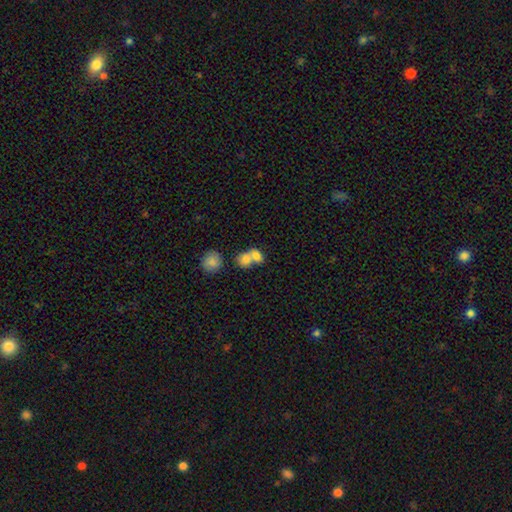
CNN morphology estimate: smooth-or-featured: smooth: 78% | featured or disk: 13% | star or artifact: 9%
  how-rounded: in between: 57% | round: 41% | cigar-shaped: 2%
  merging: merger: 69% | none: 22% | minor disturbance: 6% | major disturbance: 3%